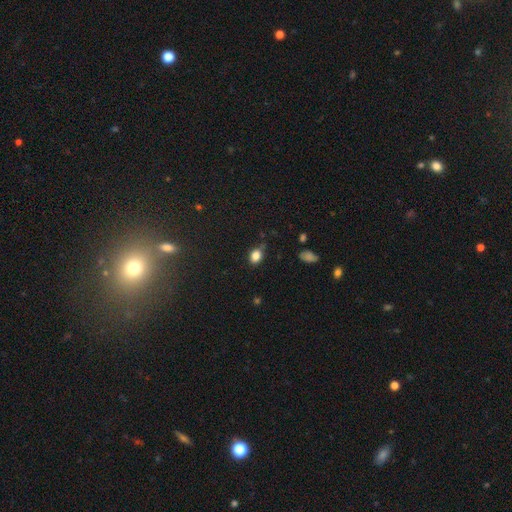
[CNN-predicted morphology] Smooth or featured? Predicted: smooth (p=0.83). How rounded? Predicted: in between (p=0.72). Merging? Predicted: none (p=0.71).